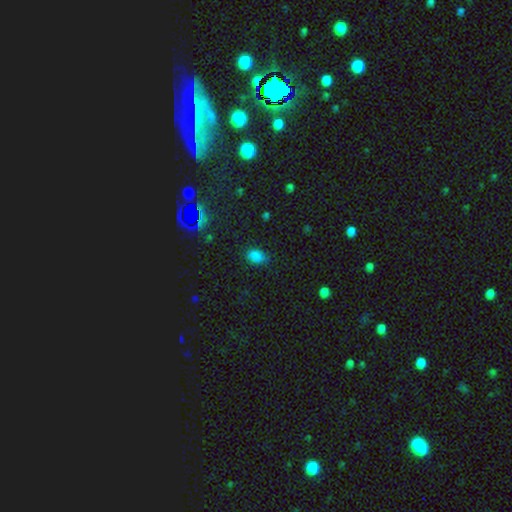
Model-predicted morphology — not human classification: Smooth or featured: smooth — 79% (star or artifact — 17%)
How rounded: in between — 75% (round — 24%)
Merging: none — 77% (minor disturbance — 17%)